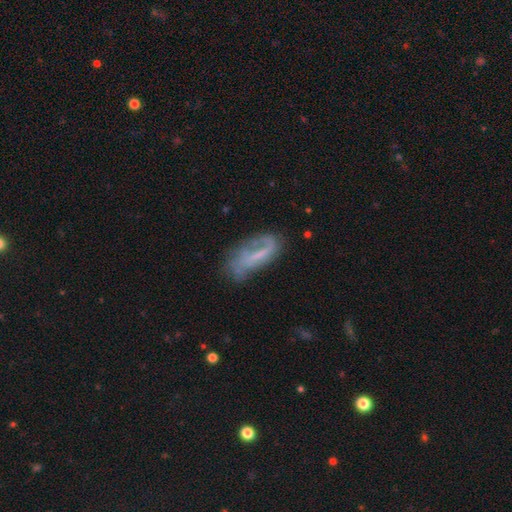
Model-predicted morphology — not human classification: Q: Smooth or featured?
A: featured or disk (57%); runner-up: smooth (34%)
Q: Edge-on disk?
A: no (88%); runner-up: yes (12%)
Q: Merging?
A: none (51%); runner-up: minor disturbance (26%)